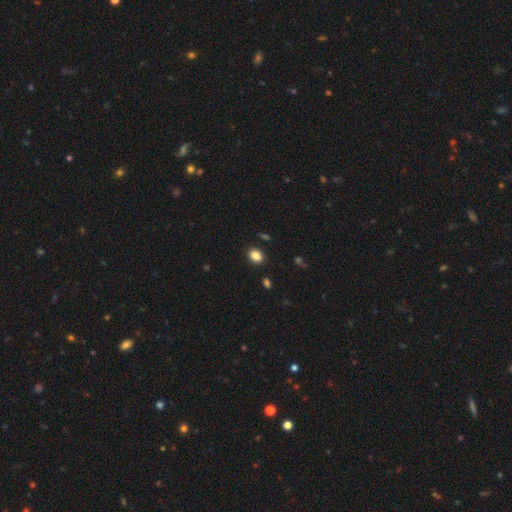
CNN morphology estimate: Smooth or featured: smooth — 86% (star or artifact — 10%)
How rounded: in between — 68% (round — 31%)
Merging: none — 89% (minor disturbance — 7%)